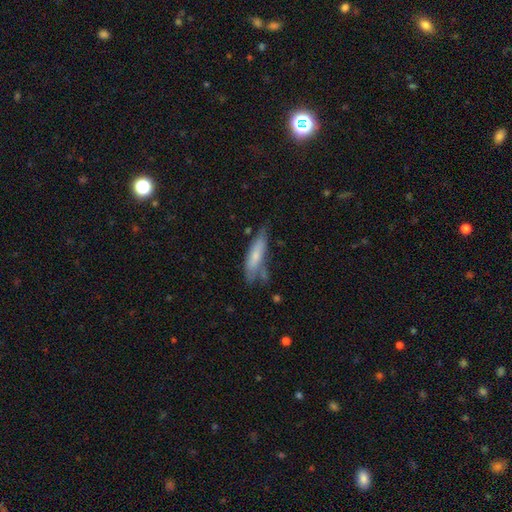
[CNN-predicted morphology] smooth 60%, featured or disk 33%, star or artifact 7%. Down the decision tree: how rounded — cigar-shaped (61%); merging — none (46%).